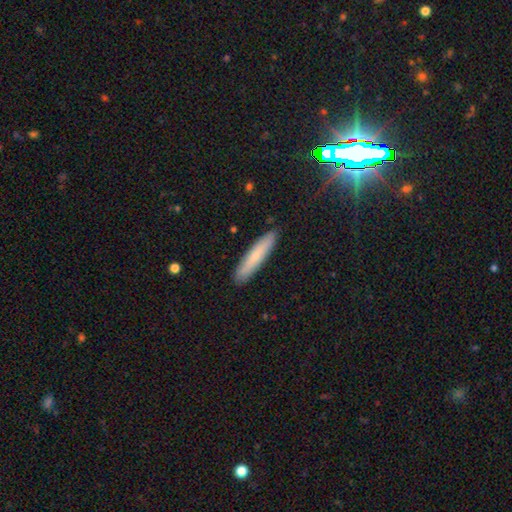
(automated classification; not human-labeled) smooth-or-featured: smooth: 70% | featured or disk: 22% | star or artifact: 8%
  how-rounded: cigar-shaped: 88% | in between: 10% | round: 1%
  merging: none: 90% | minor disturbance: 8% | major disturbance: 2% | merger: 1%